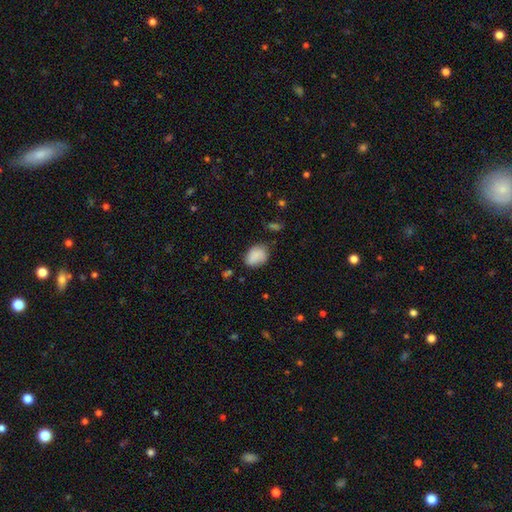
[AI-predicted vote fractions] Smooth or featured? Predicted: smooth (p=0.83). How rounded? Predicted: in between (p=0.67). Merging? Predicted: none (p=0.63).